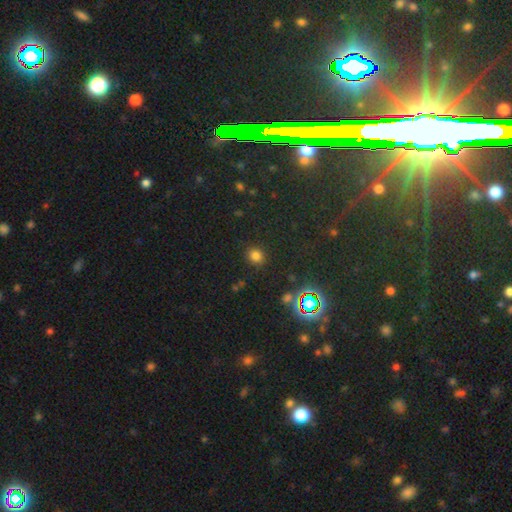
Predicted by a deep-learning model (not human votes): smooth 74%, star or artifact 20%, featured or disk 6%. Down the decision tree: how rounded — round (81%); merging — none (87%).